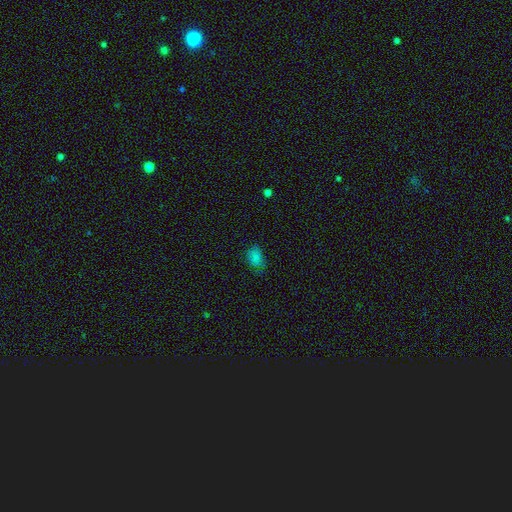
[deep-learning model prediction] smooth-or-featured: smooth: 72% | star or artifact: 21% | featured or disk: 7%
  how-rounded: in between: 73% | round: 25% | cigar-shaped: 2%
  merging: none: 68% | minor disturbance: 23% | major disturbance: 7% | merger: 2%